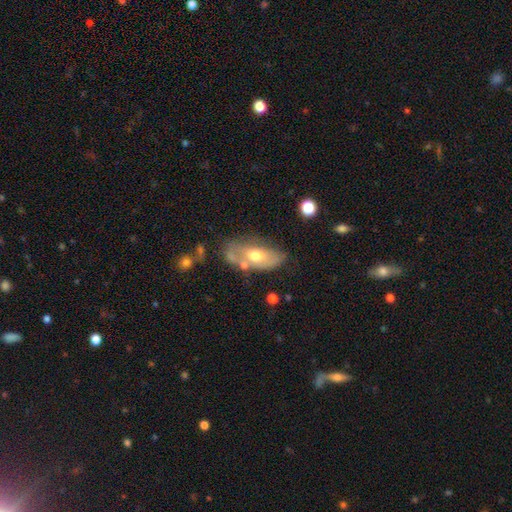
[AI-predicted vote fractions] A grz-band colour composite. It shows a smooth galaxy with no disk features (50%). Merging: none (45%).